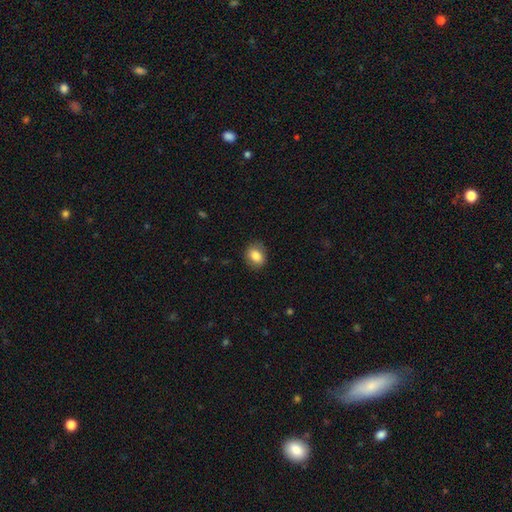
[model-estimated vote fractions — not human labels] smooth_or_featured: smooth (p=0.82) [alt: featured or disk p=0.10]
how_rounded: in between (p=0.55) [alt: round p=0.44]
merging: none (p=0.83) [alt: minor disturbance p=0.13]